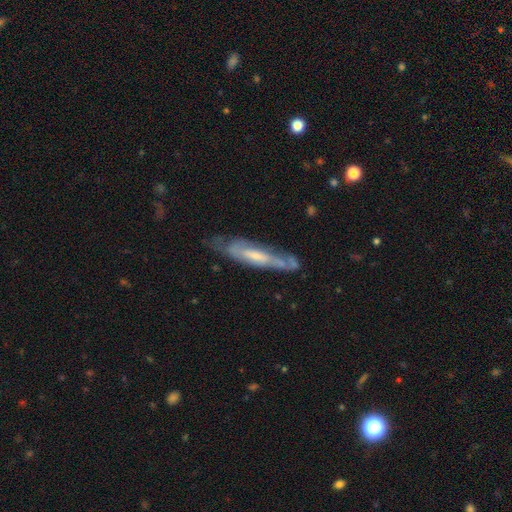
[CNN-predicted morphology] The model was most divided on "edge-on disk": no: 54%, yes: 46%. More confident: smooth or featured — featured or disk (68%); merging — none (56%).